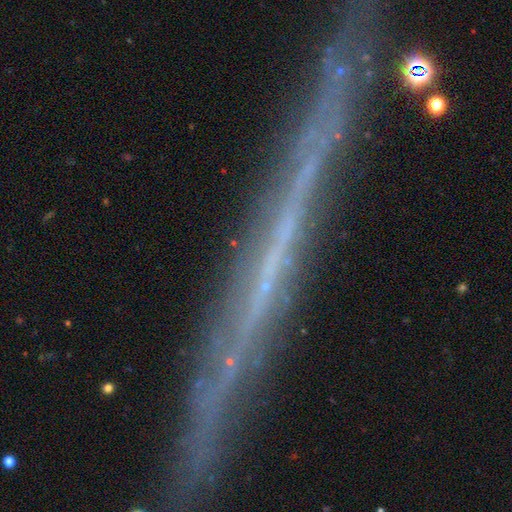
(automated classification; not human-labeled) This appears to be a featured or disk galaxy (73%) viewed edge-on (94%) with no central bulge (80%). Merging: none (82%).